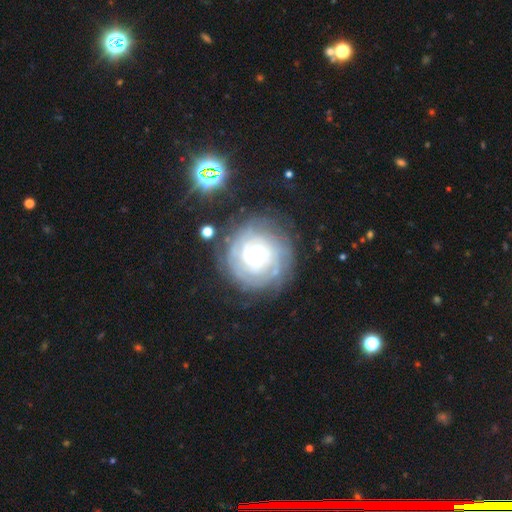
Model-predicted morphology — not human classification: Q: Smooth or featured?
A: featured or disk (78%); runner-up: smooth (15%)
Q: Edge-on disk?
A: no (98%); runner-up: yes (2%)
Q: Bar?
A: no (80%); runner-up: weak (16%)
Q: Spiral arms?
A: yes (90%); runner-up: no (10%)
Q: Spiral winding?
A: tight (80%); runner-up: medium (15%)
Q: Spiral arm count?
A: can't tell (48%); runner-up: 2 (15%)
Q: Bulge size?
A: small (46%); runner-up: moderate (42%)
Q: Merging?
A: none (77%); runner-up: minor disturbance (14%)